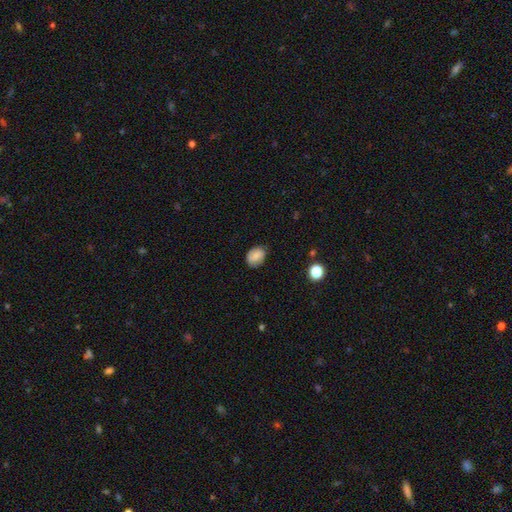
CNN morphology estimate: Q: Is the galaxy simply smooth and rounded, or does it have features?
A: smooth — 73%.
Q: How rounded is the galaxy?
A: in between — 63%.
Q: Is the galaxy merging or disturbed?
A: none — 79%.